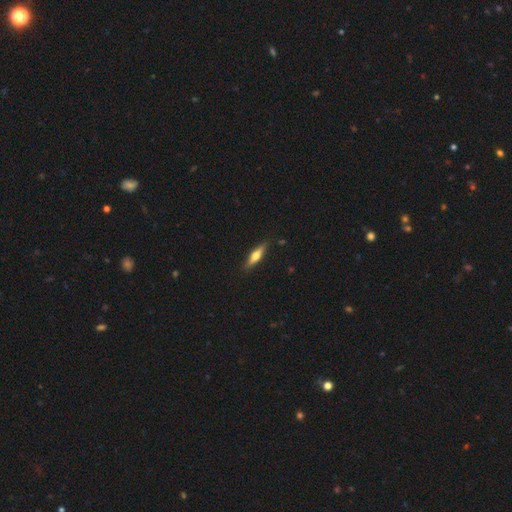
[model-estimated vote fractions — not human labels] A smooth galaxy with no disk features (49%).

Vote fractions:
- Smooth or featured? smooth: 49% / featured or disk: 45% / star or artifact: 6%
- Merging? none: 87% / minor disturbance: 10% / major disturbance: 2% / merger: 1%